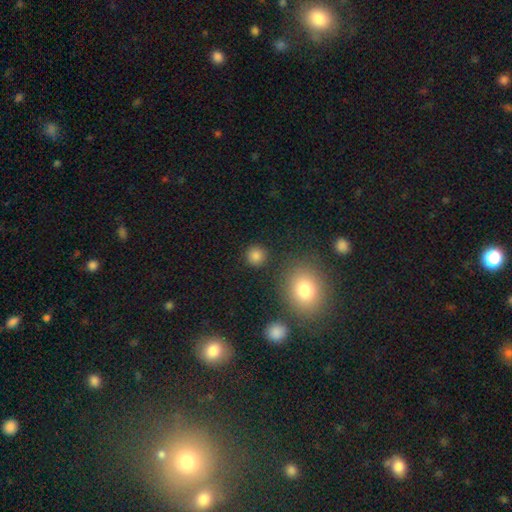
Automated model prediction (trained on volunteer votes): Smooth or featured: smooth — 83% (star or artifact — 12%)
How rounded: round — 92% (in between — 7%)
Merging: none — 87% (minor disturbance — 7%)